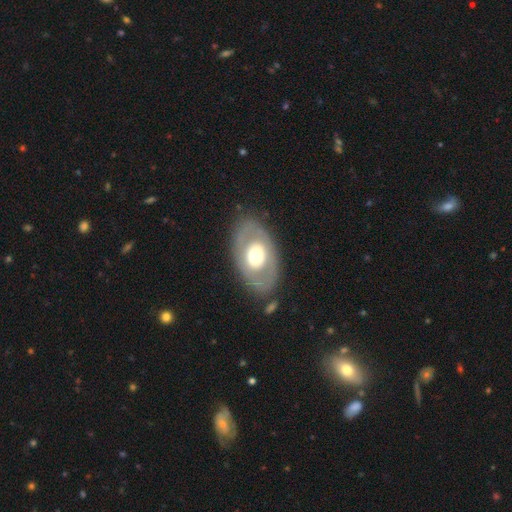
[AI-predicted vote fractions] This is possibly a featured or disk galaxy (51%). It is clearly not viewed edge-on (89%). Merging: clearly none (81%).